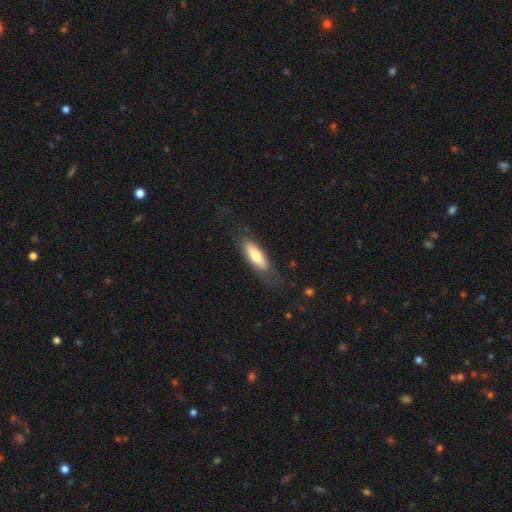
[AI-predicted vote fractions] Morphology: type=smooth (67%); roundness=in between (55%); merging=none (71%).